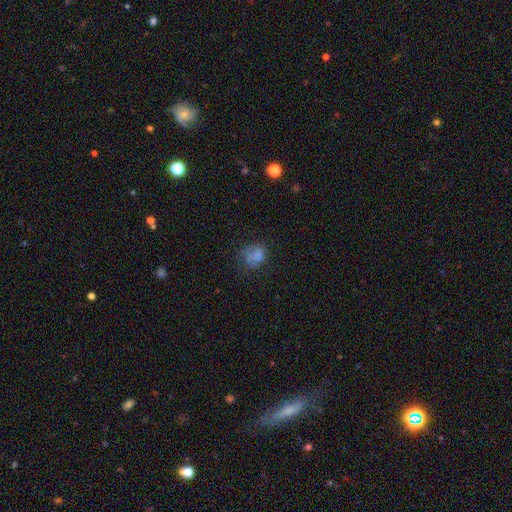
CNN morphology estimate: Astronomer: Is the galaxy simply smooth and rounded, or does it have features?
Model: smooth — 60%.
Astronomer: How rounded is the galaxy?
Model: round — 51% (runner-up: in between, 48%).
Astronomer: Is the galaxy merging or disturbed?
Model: none — 44% (runner-up: major disturbance, 27%).